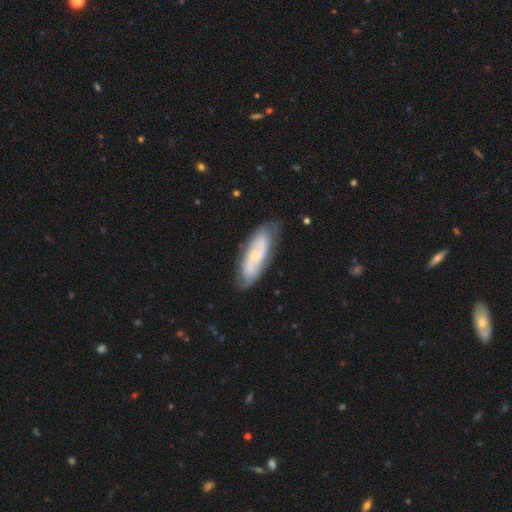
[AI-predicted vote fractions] Q: Smooth or featured?
A: featured or disk (70%); runner-up: smooth (24%)
Q: Edge-on disk?
A: no (87%); runner-up: yes (13%)
Q: Bar?
A: no (61%); runner-up: weak (30%)
Q: Spiral arms?
A: yes (84%); runner-up: no (16%)
Q: Spiral winding?
A: medium (40%); tied with: tight (40%)
Q: Spiral arm count?
A: 2 (60%); runner-up: can't tell (29%)
Q: Bulge size?
A: small (66%); runner-up: moderate (29%)
Q: Merging?
A: none (76%); runner-up: minor disturbance (18%)